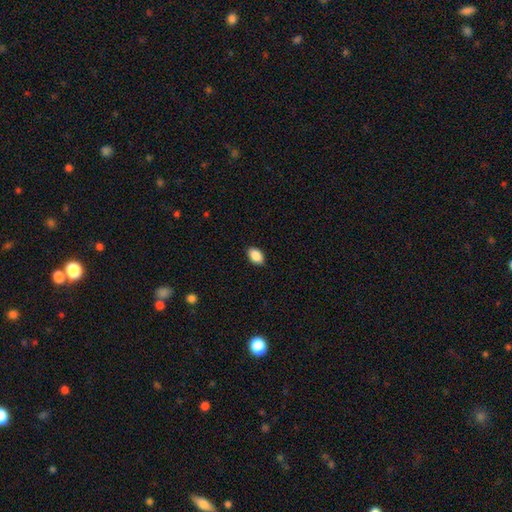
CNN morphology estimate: A smooth galaxy with no disk features (89%) that is in between round and cigar-shaped (90%).

Vote fractions:
- Smooth or featured? smooth: 89% / star or artifact: 7% / featured or disk: 4%
- How rounded? in between: 90% / round: 8% / cigar-shaped: 2%
- Merging? none: 88% / minor disturbance: 9% / major disturbance: 2% / merger: 1%